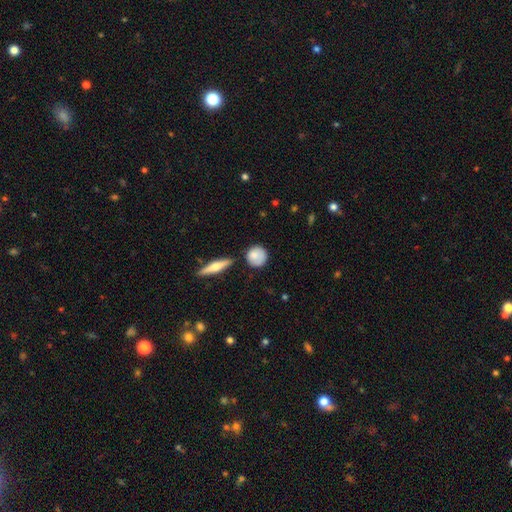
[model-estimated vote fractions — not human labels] This appears to be a smooth galaxy with no disk features (80%) that is round (85%). Merging: none (73%).